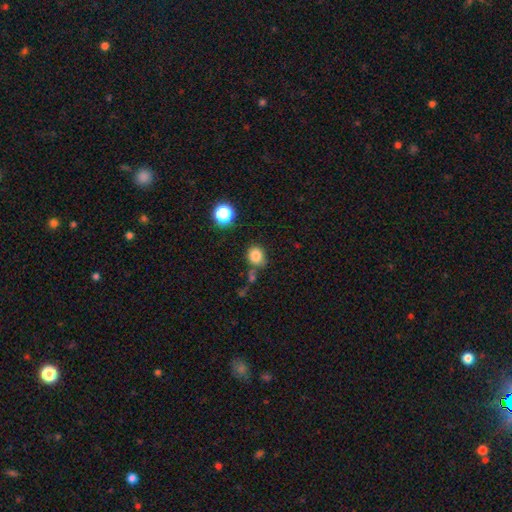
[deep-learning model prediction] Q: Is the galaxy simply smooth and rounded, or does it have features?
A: smooth — 83%.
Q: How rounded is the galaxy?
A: round — 74%.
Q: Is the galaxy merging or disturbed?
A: none — 68%.